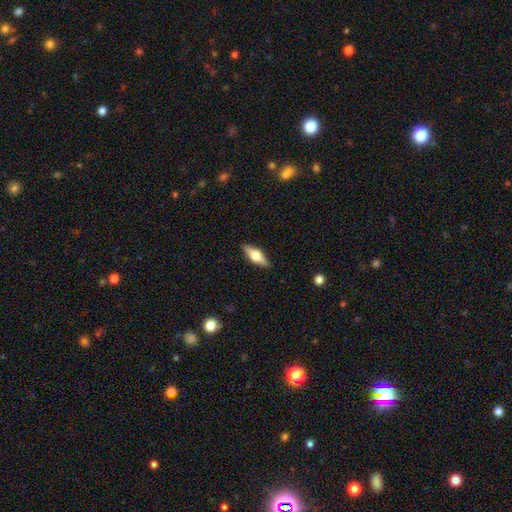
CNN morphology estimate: type=featured or disk (60%); edge-on=yes (95%); edge-on bulge=rounded (94%); merging=none (89%).